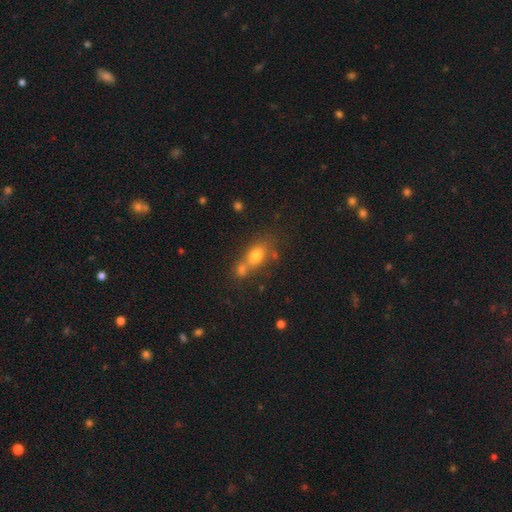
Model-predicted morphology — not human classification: smooth-or-featured: smooth: 73% | featured or disk: 15% | star or artifact: 12%
  how-rounded: in between: 67% | round: 27% | cigar-shaped: 6%
  merging: merger: 45% | none: 39% | minor disturbance: 11% | major disturbance: 5%